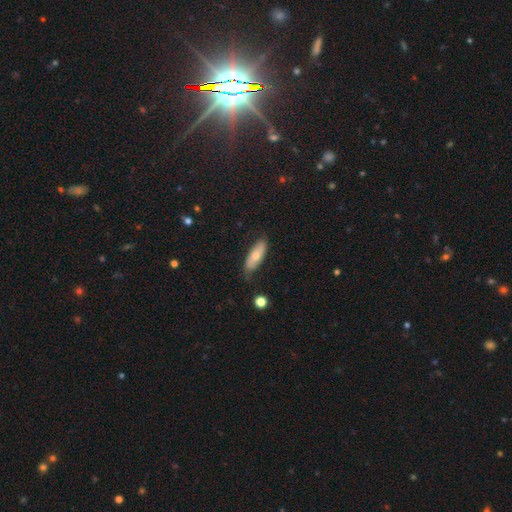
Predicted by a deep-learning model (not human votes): A smooth galaxy with no disk features (63%) that is in between round and cigar-shaped (68%).

Vote fractions:
- Smooth or featured? smooth: 63% / featured or disk: 31% / star or artifact: 6%
- How rounded? in between: 68% / cigar-shaped: 29% / round: 3%
- Merging? none: 68% / minor disturbance: 25% / major disturbance: 5% / merger: 2%